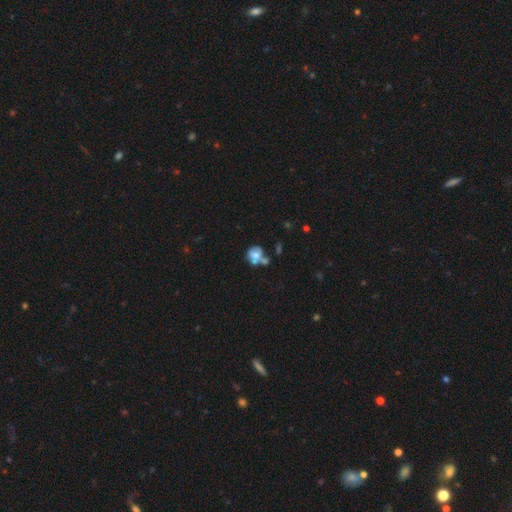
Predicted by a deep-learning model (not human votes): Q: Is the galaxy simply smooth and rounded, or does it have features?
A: smooth — 59%.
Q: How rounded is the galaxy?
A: round — 66%.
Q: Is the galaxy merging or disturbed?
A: merger — 43%.